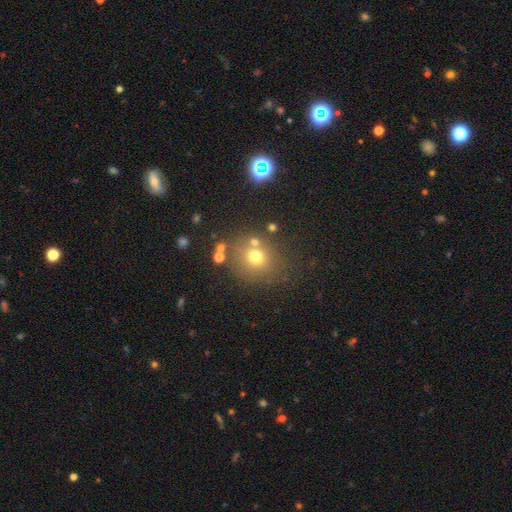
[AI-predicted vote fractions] This appears to be a smooth galaxy with no disk features (68%) that is round (85%). Merging: none (72%).